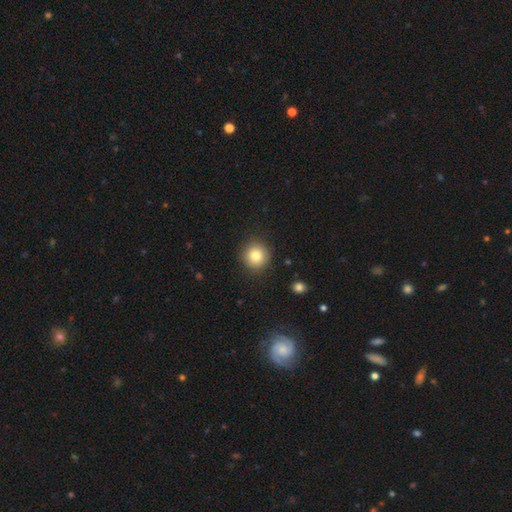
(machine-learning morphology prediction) smooth_or_featured: smooth (p=0.82) [alt: star or artifact p=0.10]
how_rounded: round (p=0.93) [alt: in between p=0.06]
merging: none (p=0.89) [alt: minor disturbance p=0.07]